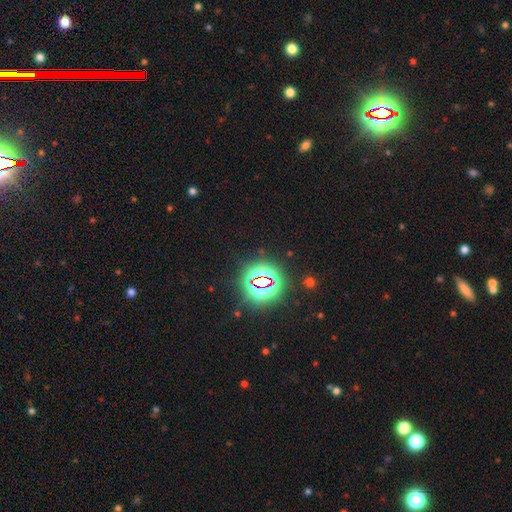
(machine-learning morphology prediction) This is likely a star or artifact rather than a galaxy (70%).